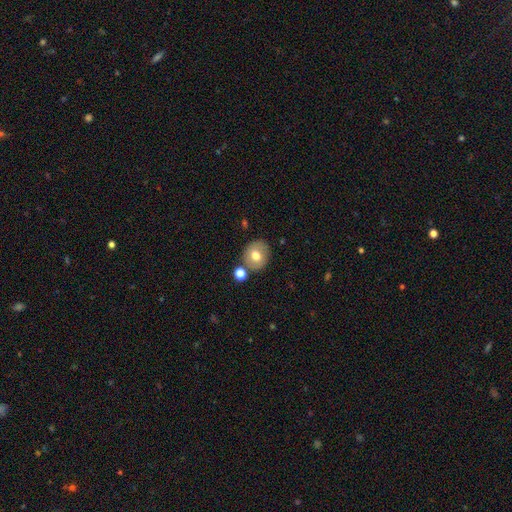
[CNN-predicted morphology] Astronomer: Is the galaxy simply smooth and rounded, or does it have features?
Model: smooth — 69%.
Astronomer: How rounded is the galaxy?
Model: round — 76%.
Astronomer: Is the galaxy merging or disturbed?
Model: none — 77%.